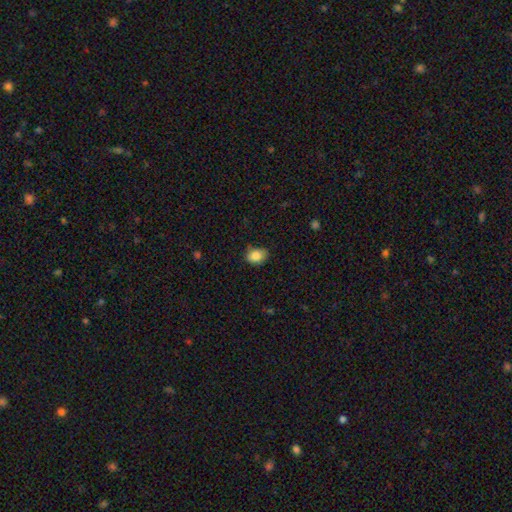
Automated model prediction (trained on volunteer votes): This appears to be a smooth galaxy with no disk features (86%) that is in between round and cigar-shaped (64%). Merging: none (73%).